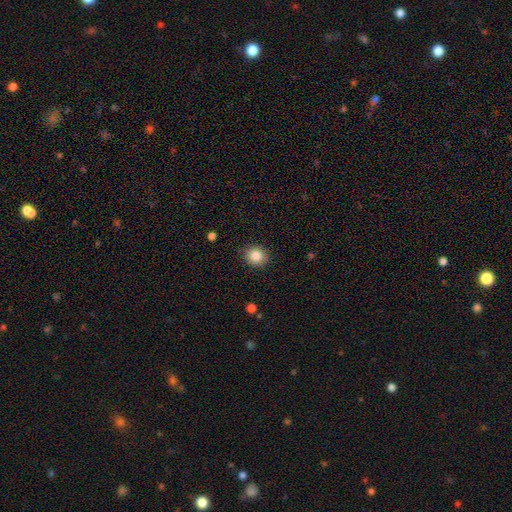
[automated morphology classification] smooth_or_featured: smooth (p=0.85) [alt: star or artifact p=0.09]
how_rounded: round (p=0.77) [alt: in between p=0.23]
merging: none (p=0.87) [alt: minor disturbance p=0.10]